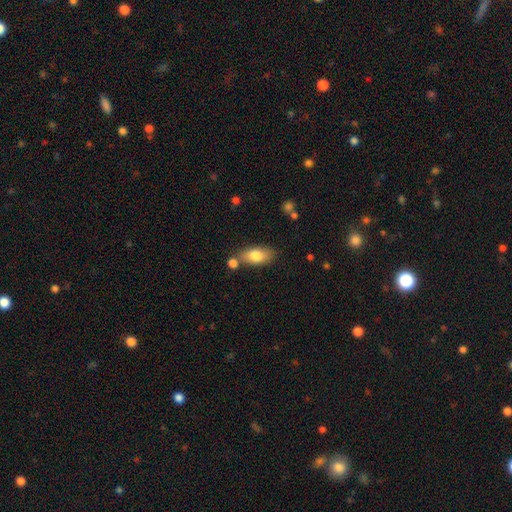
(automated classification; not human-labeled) The model was most divided on "merging": none: 69%, minor disturbance: 15%, merger: 12%, major disturbance: 4%. More confident: how rounded — in between (88%); smooth or featured — smooth (78%).